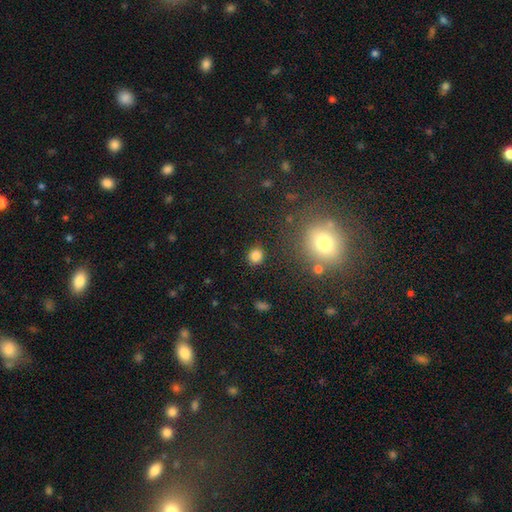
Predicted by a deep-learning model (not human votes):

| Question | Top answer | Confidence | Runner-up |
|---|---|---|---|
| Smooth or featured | smooth | 83% | star or artifact (13%) |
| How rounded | round | 80% | in between (19%) |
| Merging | none | 87% | minor disturbance (8%) |